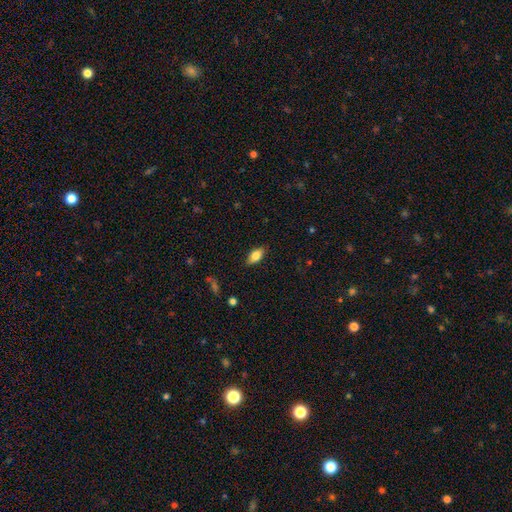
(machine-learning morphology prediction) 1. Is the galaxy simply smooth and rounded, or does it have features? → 78% smooth, 15% featured or disk, 7% star or artifact.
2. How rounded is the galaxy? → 88% in between, 8% cigar-shaped, 4% round.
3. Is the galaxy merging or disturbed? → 85% none, 11% minor disturbance, 2% major disturbance, 1% merger.